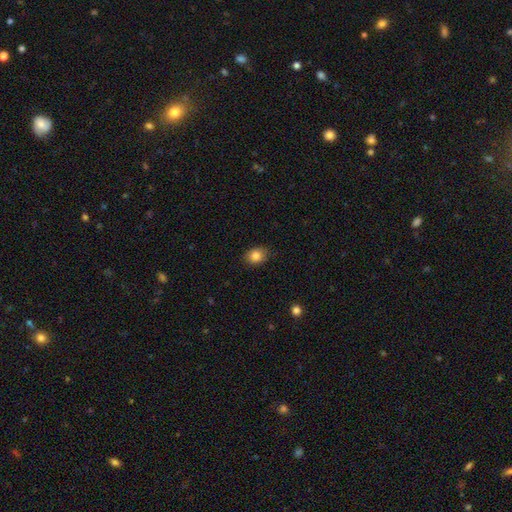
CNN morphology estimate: This appears to be a smooth galaxy with no disk features (84%) that is in between round and cigar-shaped (53%). Merging: none (84%).